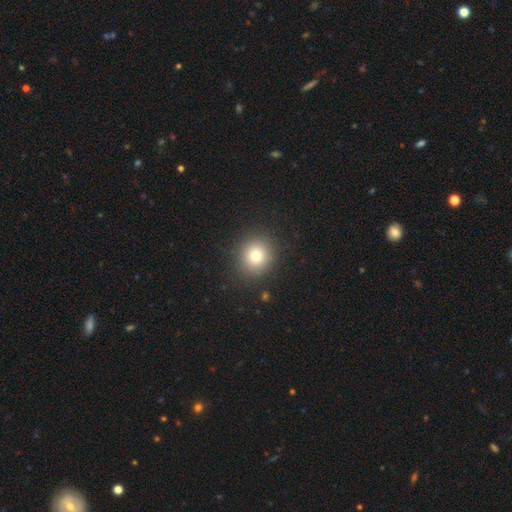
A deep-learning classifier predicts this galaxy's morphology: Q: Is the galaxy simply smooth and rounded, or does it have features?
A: smooth — 78%.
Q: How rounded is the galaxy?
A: round — 89%.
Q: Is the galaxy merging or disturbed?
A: none — 89%.